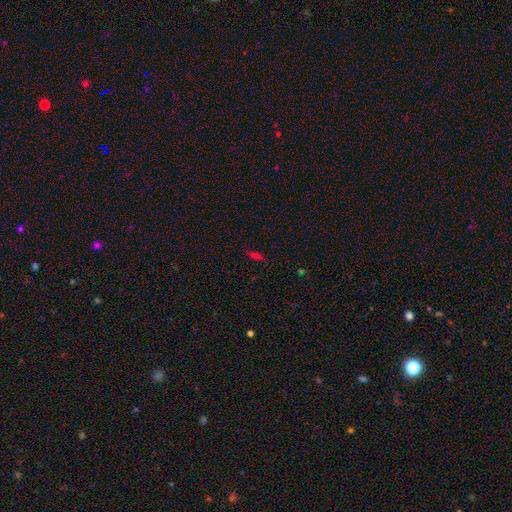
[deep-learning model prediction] Overall: smooth (53%; star or artifact 28%). How rounded: in between (51%; cigar-shaped 43%). Merging: none (80%).